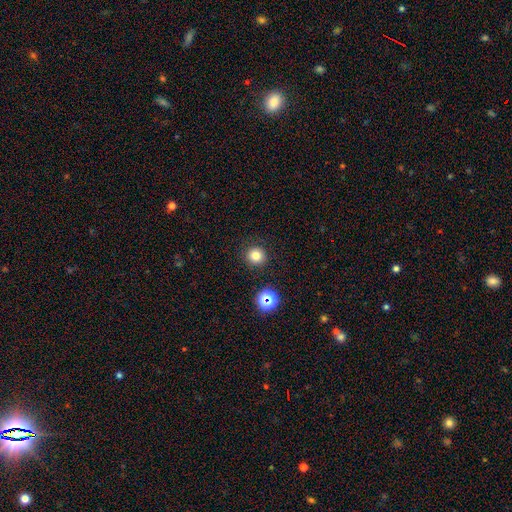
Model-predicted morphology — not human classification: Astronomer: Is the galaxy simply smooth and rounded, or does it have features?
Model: smooth — 80%.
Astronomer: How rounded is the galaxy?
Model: round — 92%.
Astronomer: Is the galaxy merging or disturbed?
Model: none — 89%.